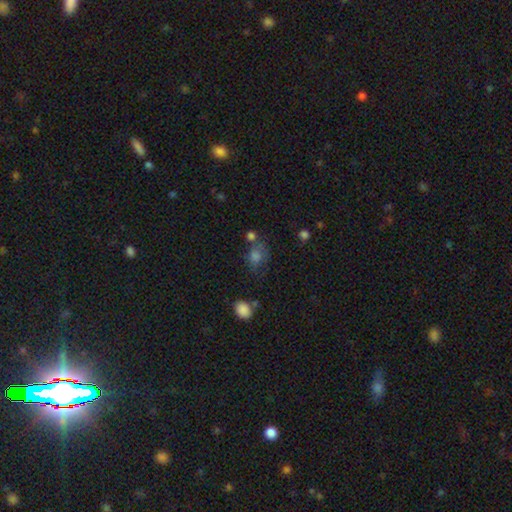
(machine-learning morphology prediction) smooth_or_featured: smooth (p=0.68) [alt: star or artifact p=0.19]
how_rounded: round (p=0.50) [alt: in between p=0.48]
merging: none (p=0.50) [alt: minor disturbance p=0.21]